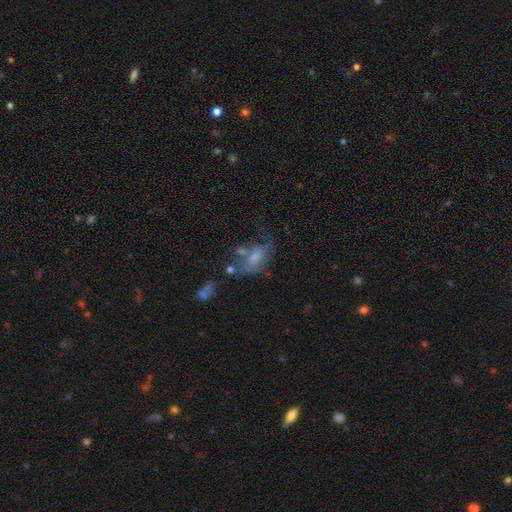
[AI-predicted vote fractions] The model was most divided on "merging" (2-way tie): major disturbance: 32%, none: 32%, minor disturbance: 19%, merger: 16%. Remaining: smooth or featured — featured or disk (49%).